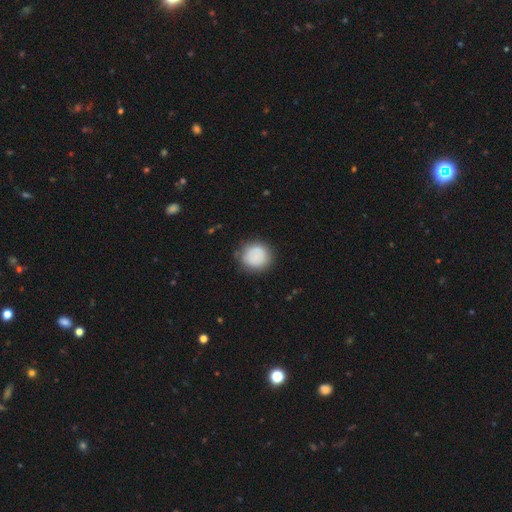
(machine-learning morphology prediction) Smooth or featured? smooth (80%)
How rounded? round (90%)
Merging? none (79%)